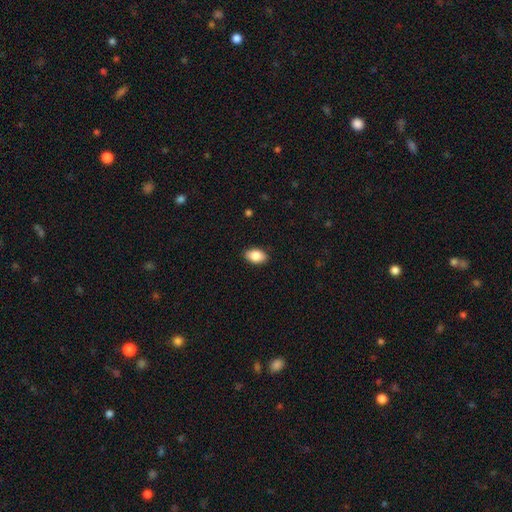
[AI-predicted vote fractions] Smooth or featured? Predicted: smooth (p=0.86). How rounded? Predicted: in between (p=0.91). Merging? Predicted: none (p=0.89).